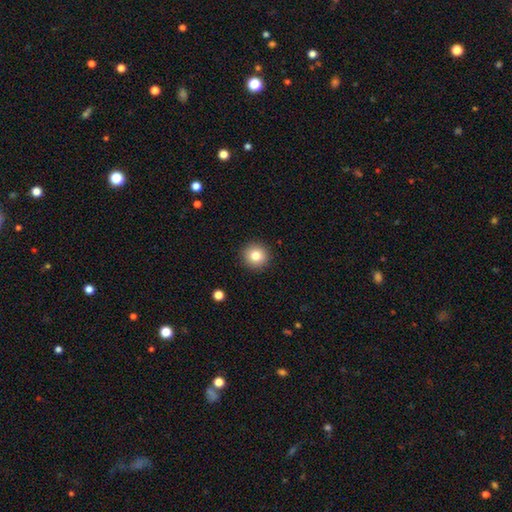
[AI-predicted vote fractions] A smooth galaxy with no disk features (81%) that is round (94%). Merging: none (92%).